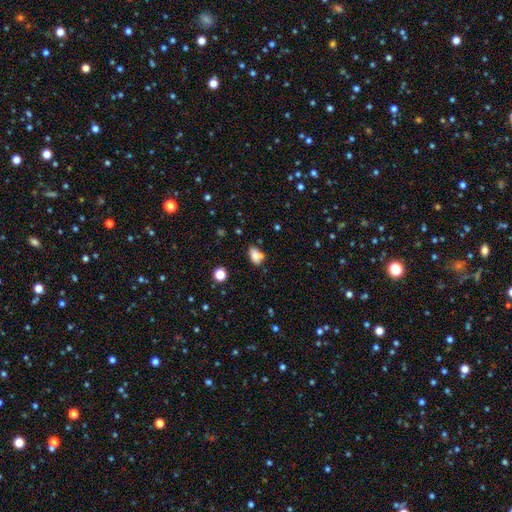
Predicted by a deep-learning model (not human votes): Q: Smooth or featured?
A: smooth (82%); runner-up: star or artifact (11%)
Q: How rounded?
A: in between (82%); runner-up: round (16%)
Q: Merging?
A: none (60%); runner-up: minor disturbance (29%)